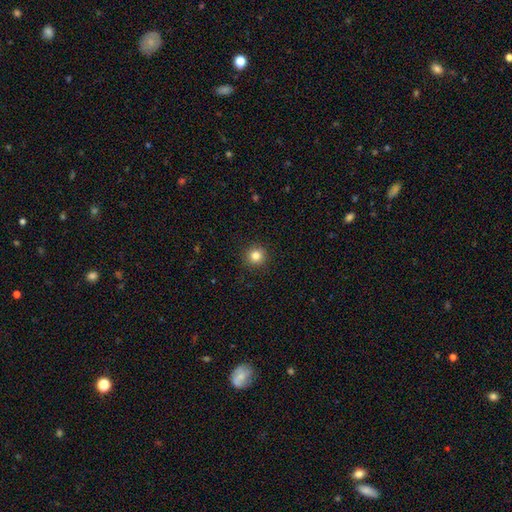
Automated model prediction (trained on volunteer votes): smooth_or_featured: smooth (p=0.83) [alt: star or artifact p=0.12]
how_rounded: round (p=0.95) [alt: in between p=0.04]
merging: none (p=0.93) [alt: minor disturbance p=0.05]